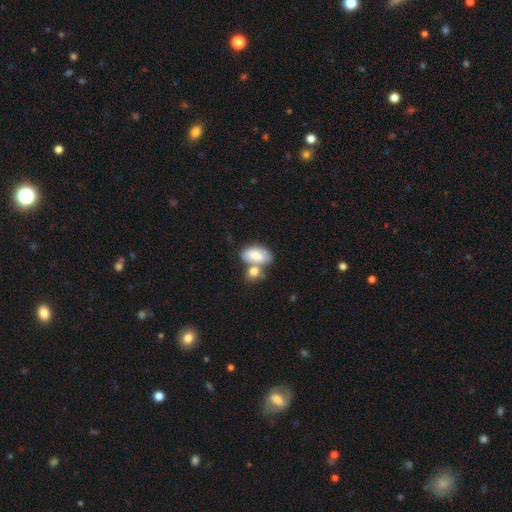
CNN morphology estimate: Overall: smooth (77%). How rounded: in between (91%). Merging: merger (48%; none 36%).